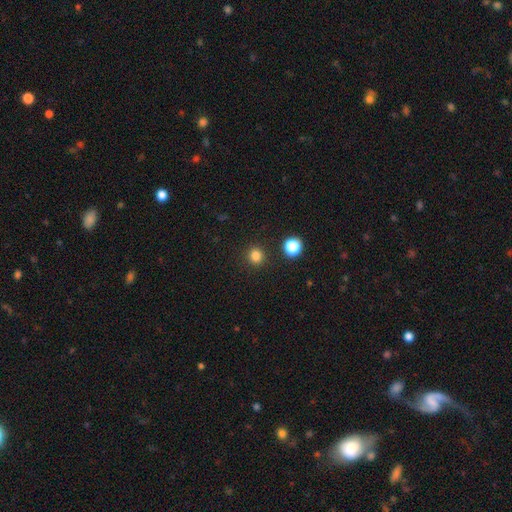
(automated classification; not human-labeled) A smooth galaxy with no disk features (82%) that is round (90%).

Vote fractions:
- Smooth or featured? smooth: 82% / star or artifact: 14% / featured or disk: 4%
- How rounded? round: 90% / in between: 9% / cigar-shaped: 1%
- Merging? none: 90% / minor disturbance: 6% / merger: 3% / major disturbance: 2%